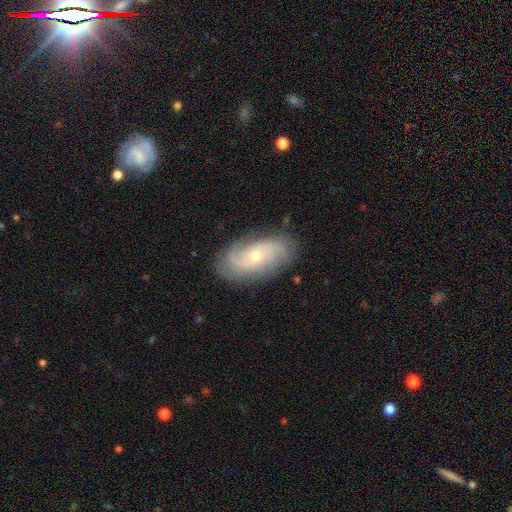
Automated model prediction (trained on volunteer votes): Smooth or featured? Predicted: featured or disk (p=0.76). Edge-on disk? Predicted: no (p=0.94). Bar? Predicted: no (p=0.72). Spiral arms? Predicted: yes (p=0.93). Spiral winding? Predicted: tight (p=0.48). Spiral arm count? Predicted: 2 (p=0.36). Bulge size? Predicted: small (p=0.61). Merging? Predicted: none (p=0.79).